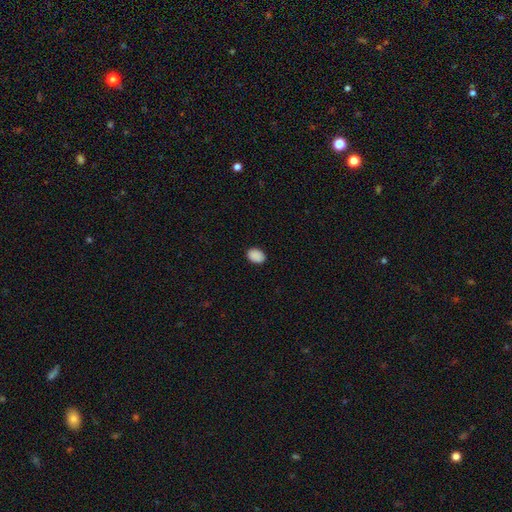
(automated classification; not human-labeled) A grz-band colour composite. It shows a smooth galaxy with no disk features (89%) that is in between round and cigar-shaped (81%). Merging: none (88%).